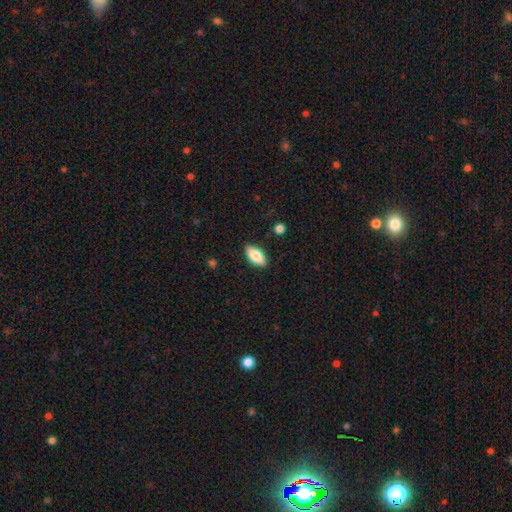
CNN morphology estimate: Overall: smooth (81%). How rounded: in between (89%). Merging: none (87%).